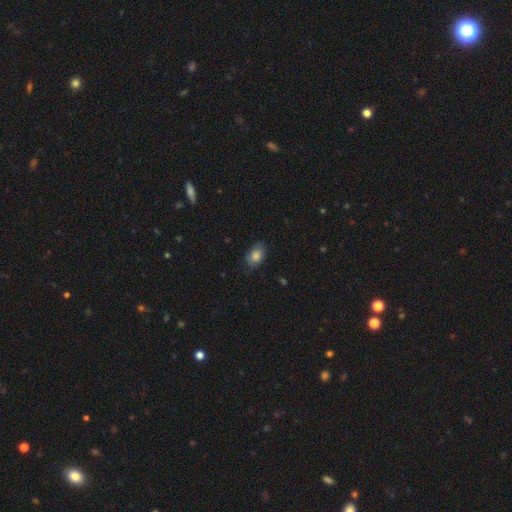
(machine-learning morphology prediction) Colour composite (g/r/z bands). It shows a smooth galaxy with no disk features (82%) that is in between round and cigar-shaped (83%). Merging: none (74%).